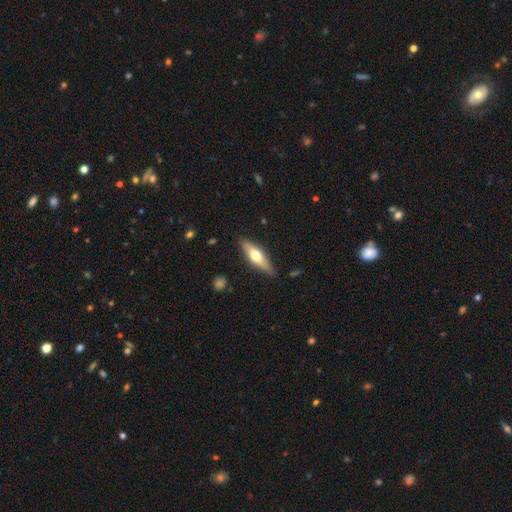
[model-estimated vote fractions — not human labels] Smooth or featured? smooth (50%)
Merging? none (82%)